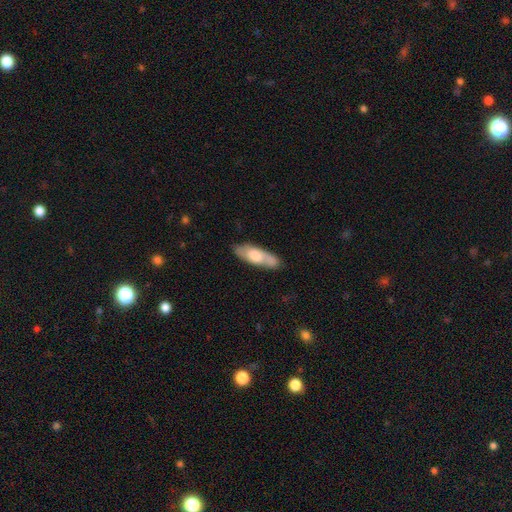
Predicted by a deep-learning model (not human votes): The model was most divided on "how rounded": in between: 51%, cigar-shaped: 47%, round: 2%. More confident: merging — none (78%); smooth or featured — smooth (58%).